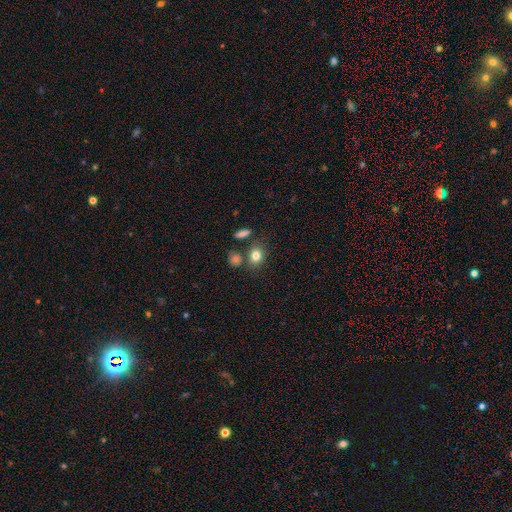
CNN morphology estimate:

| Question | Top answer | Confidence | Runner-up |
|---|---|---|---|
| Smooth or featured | smooth | 81% | star or artifact (10%) |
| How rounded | in between | 53% | round (46%) |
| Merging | none | 69% | minor disturbance (13%) |